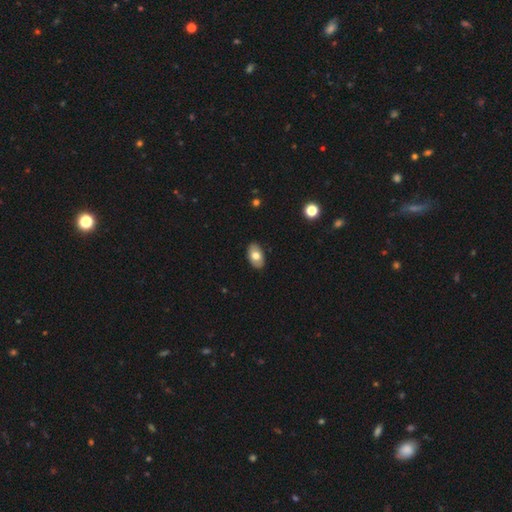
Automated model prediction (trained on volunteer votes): Smooth or featured? Predicted: smooth (p=0.72). How rounded? Predicted: in between (p=0.93). Merging? Predicted: none (p=0.88).